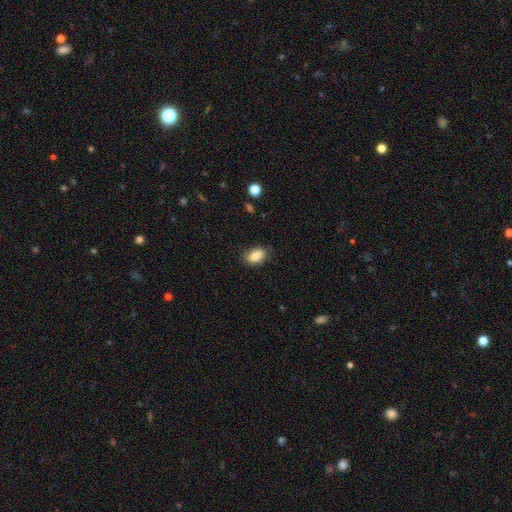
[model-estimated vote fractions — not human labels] This appears to be a smooth galaxy with no disk features (87%) that is in between round and cigar-shaped (90%). Merging: none (82%).